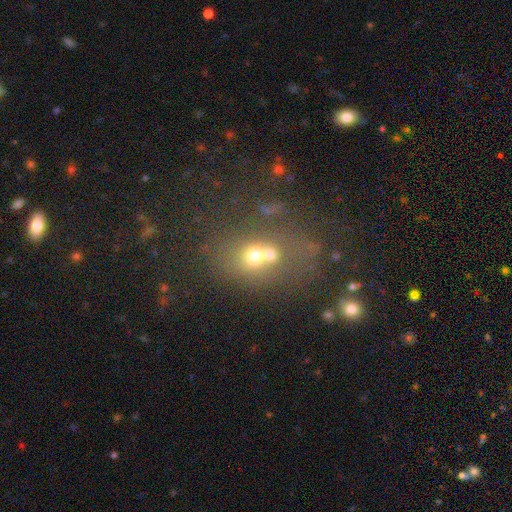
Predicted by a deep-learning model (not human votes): Smooth or featured?
  - smooth: 55% *
  - featured or disk: 25%
  - star or artifact: 20%
How rounded?
  - round: 59% *
  - in between: 40%
  - cigar-shaped: 1%
Merging?
  - merger: 57% *
  - none: 26%
  - minor disturbance: 9%
  - major disturbance: 8%